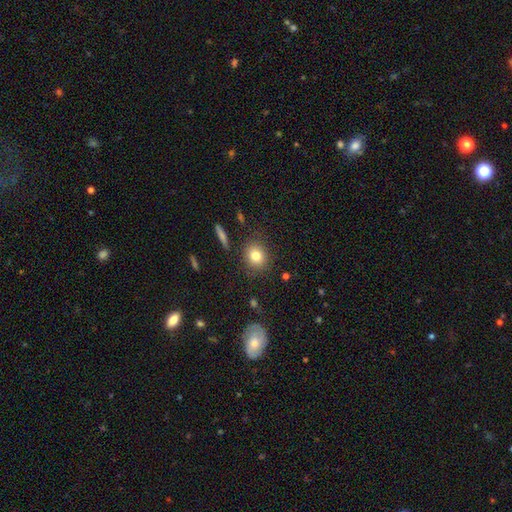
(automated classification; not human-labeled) smooth_or_featured: smooth (p=0.80) [alt: star or artifact p=0.11]
how_rounded: round (p=0.72) [alt: in between p=0.27]
merging: none (p=0.85) [alt: minor disturbance p=0.10]